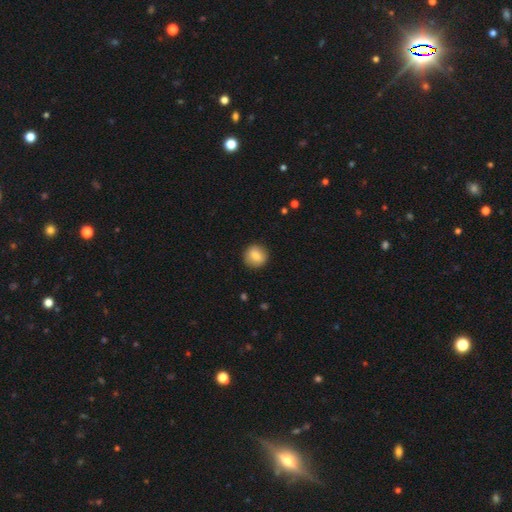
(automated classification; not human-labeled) smooth-or-featured: smooth: 83% | featured or disk: 9% | star or artifact: 8%
  how-rounded: round: 90% | in between: 9% | cigar-shaped: 1%
  merging: none: 90% | minor disturbance: 7% | major disturbance: 2% | merger: 1%